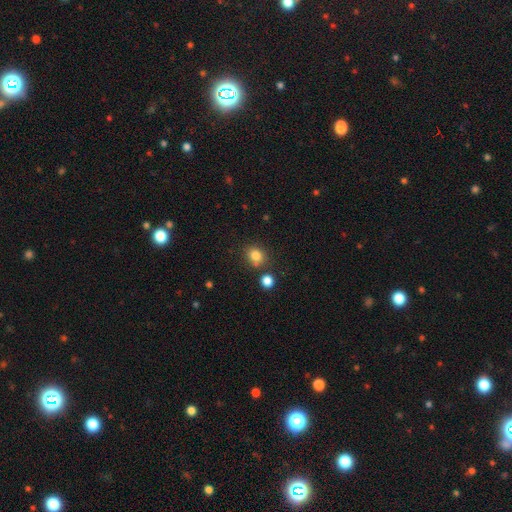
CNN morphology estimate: The model was most divided on "how rounded": round: 70%, in between: 29%, cigar-shaped: 1%. More confident: smooth or featured — smooth (82%); merging — none (72%).